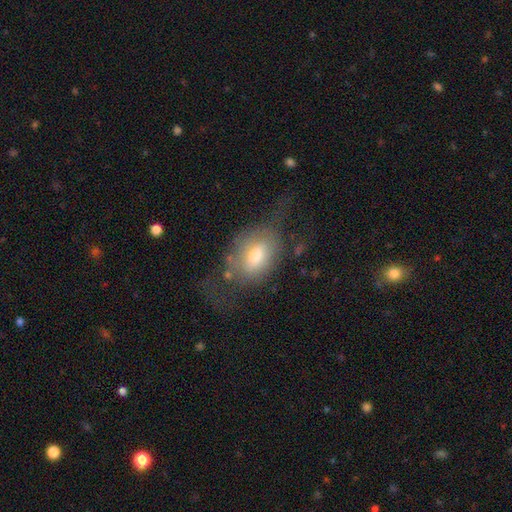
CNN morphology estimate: smooth_or_featured: smooth (p=0.56) [alt: featured or disk p=0.35]
how_rounded: in between (p=0.78) [alt: round p=0.20]
merging: none (p=0.38) [alt: major disturbance p=0.36]